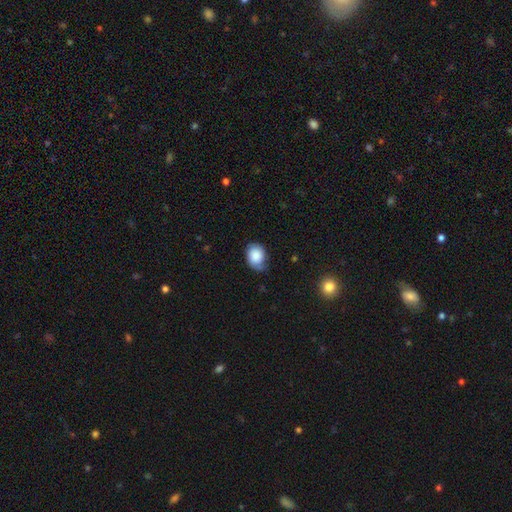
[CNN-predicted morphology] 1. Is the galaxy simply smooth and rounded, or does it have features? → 76% smooth, 17% featured or disk, 8% star or artifact.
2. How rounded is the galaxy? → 57% in between, 42% round, 1% cigar-shaped.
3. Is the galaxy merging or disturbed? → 55% none, 34% minor disturbance, 9% major disturbance, 2% merger.